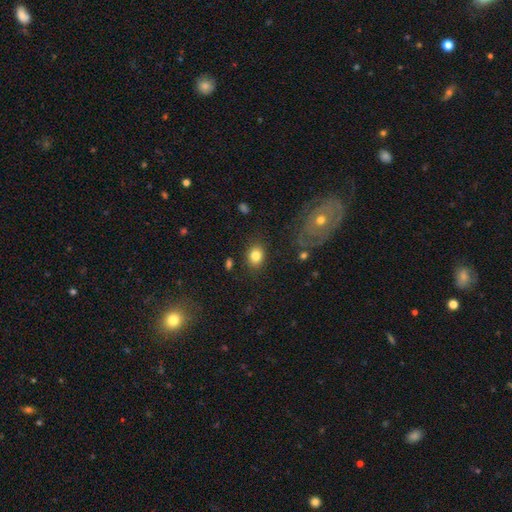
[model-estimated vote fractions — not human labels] smooth-or-featured: smooth: 83% | star or artifact: 9% | featured or disk: 8%
  how-rounded: in between: 54% | round: 45% | cigar-shaped: 1%
  merging: none: 82% | minor disturbance: 11% | major disturbance: 4% | merger: 2%